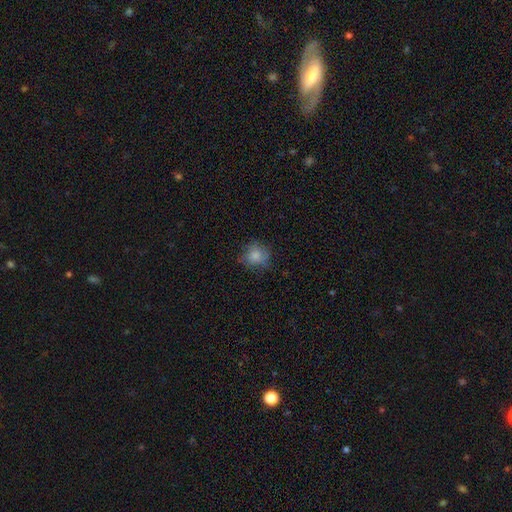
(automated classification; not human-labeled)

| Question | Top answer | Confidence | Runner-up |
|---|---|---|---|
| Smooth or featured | smooth | 80% | star or artifact (10%) |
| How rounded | round | 81% | in between (18%) |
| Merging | none | 70% | minor disturbance (21%) |